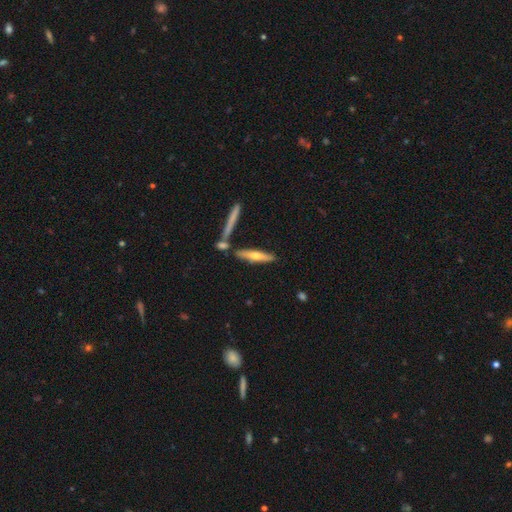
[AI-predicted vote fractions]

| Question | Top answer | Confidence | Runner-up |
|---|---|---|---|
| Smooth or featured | featured or disk | 47% | smooth (46%) |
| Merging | none | 69% | merger (16%) |